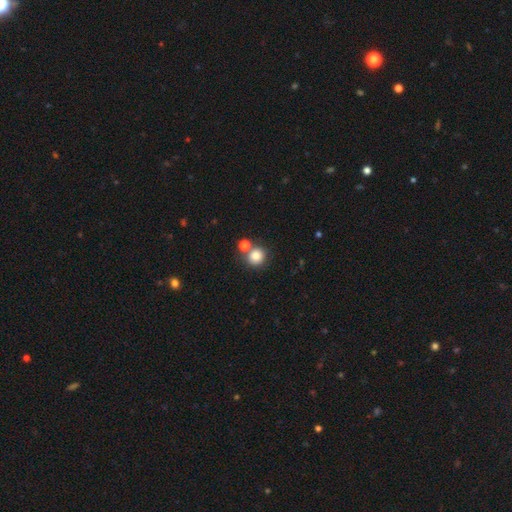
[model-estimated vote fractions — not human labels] The model was most divided on "merging": none: 66%, merger: 23%, minor disturbance: 9%, major disturbance: 3%. More confident: how rounded — round (90%); smooth or featured — smooth (82%).